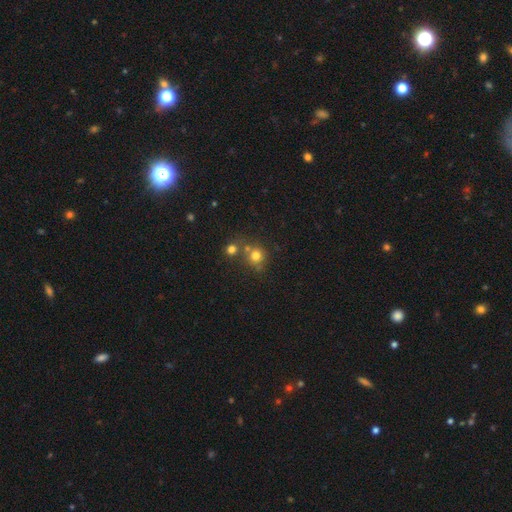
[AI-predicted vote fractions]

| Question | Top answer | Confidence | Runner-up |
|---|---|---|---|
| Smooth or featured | smooth | 74% | star or artifact (16%) |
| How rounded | round | 87% | in between (12%) |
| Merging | none | 55% | merger (31%) |